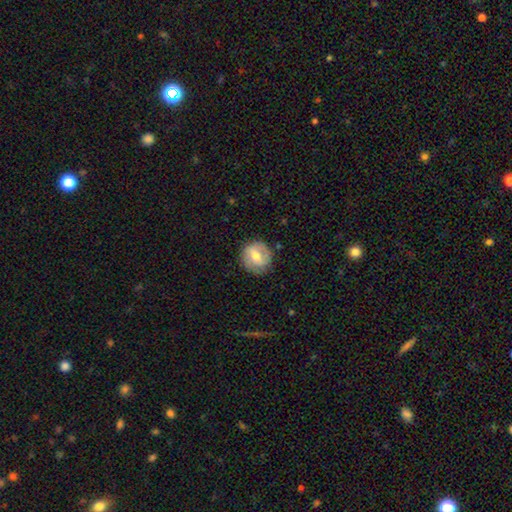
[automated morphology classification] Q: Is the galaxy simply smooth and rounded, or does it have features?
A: featured or disk — 48%.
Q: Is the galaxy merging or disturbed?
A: none — 83%.